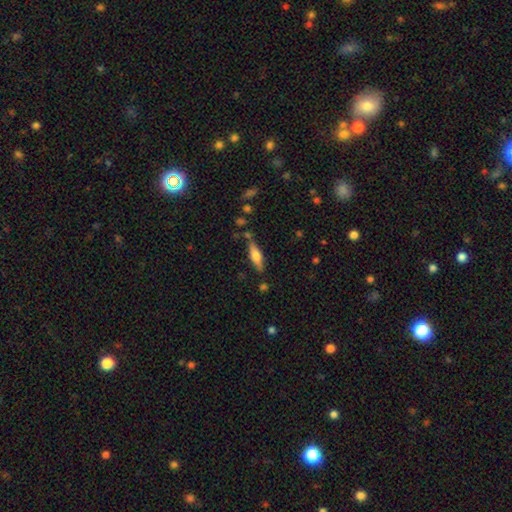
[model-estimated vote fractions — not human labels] Morphology: type=smooth (56%); roundness=cigar-shaped (61%); merging=none (78%).